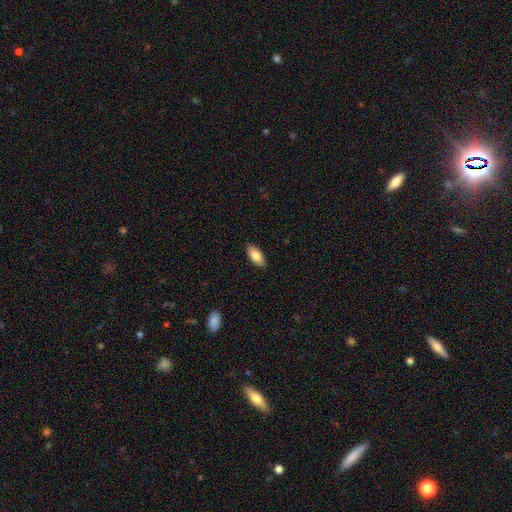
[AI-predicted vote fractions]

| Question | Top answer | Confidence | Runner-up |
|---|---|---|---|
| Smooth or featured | smooth | 82% | featured or disk (11%) |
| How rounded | in between | 90% | cigar-shaped (8%) |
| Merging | none | 89% | minor disturbance (9%) |